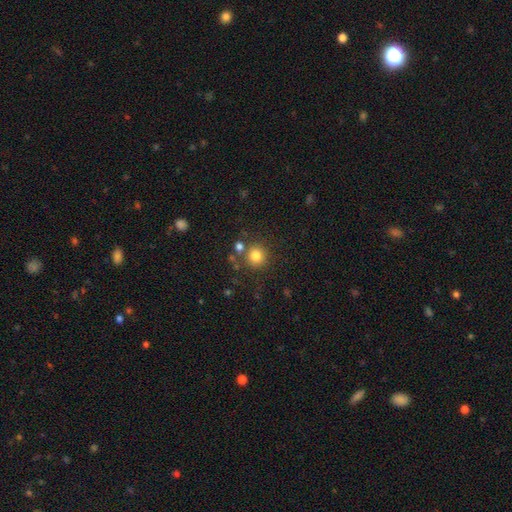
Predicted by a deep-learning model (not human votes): Morphology: type=smooth (80%); roundness=round (92%); merging=none (78%).